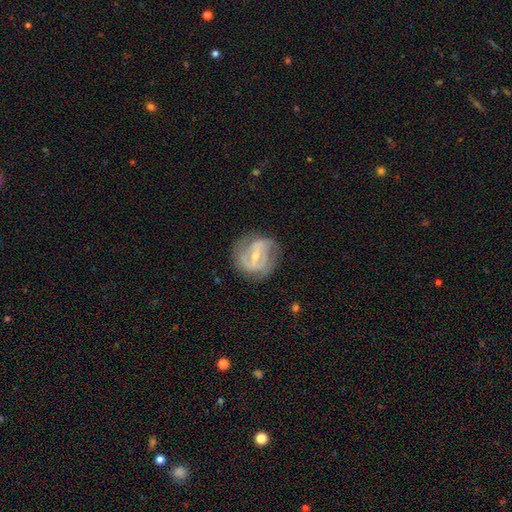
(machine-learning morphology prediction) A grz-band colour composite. It shows a featured or disk galaxy (83%) with a strong bar (45%), 2 (62%) tight (44%) spiral arms (89%) and a small central bulge (57%). Merging: none (72%).